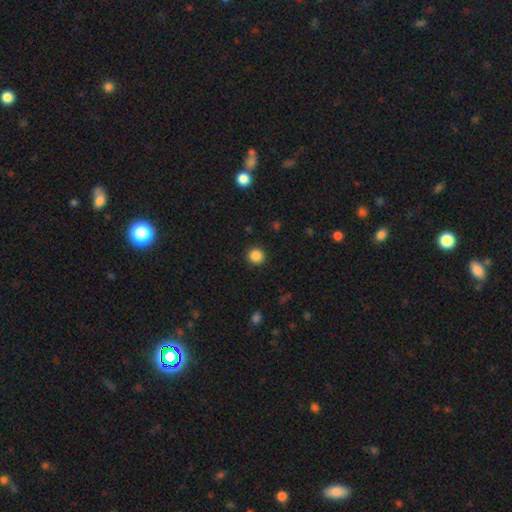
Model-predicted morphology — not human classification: Smooth or featured?
  - smooth: 86% *
  - star or artifact: 11%
  - featured or disk: 3%
How rounded?
  - round: 95% *
  - in between: 4%
  - cigar-shaped: 1%
Merging?
  - none: 92% *
  - minor disturbance: 5%
  - major disturbance: 2%
  - merger: 1%